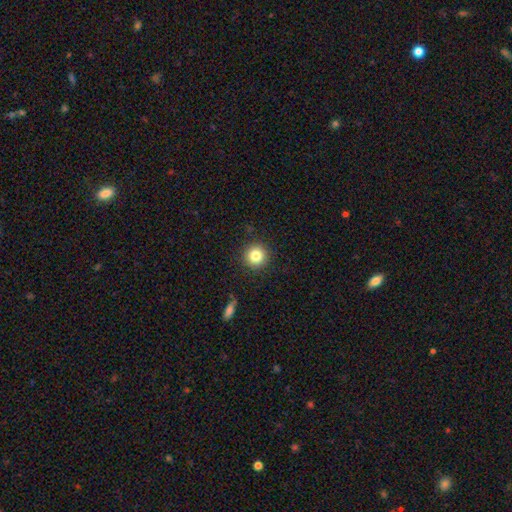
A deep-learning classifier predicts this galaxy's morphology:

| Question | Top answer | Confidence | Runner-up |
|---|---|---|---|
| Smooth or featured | smooth | 82% | star or artifact (11%) |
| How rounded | round | 95% | in between (4%) |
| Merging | none | 90% | minor disturbance (6%) |